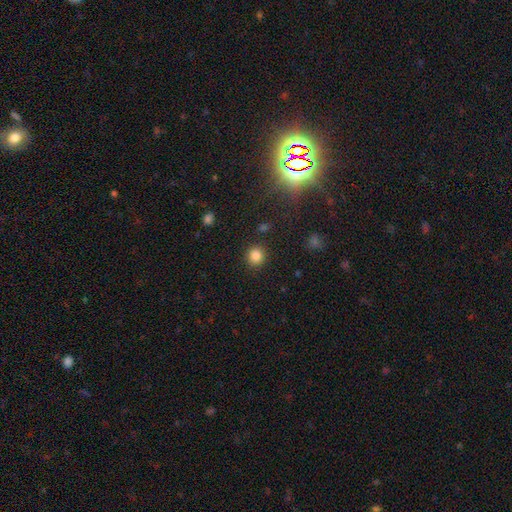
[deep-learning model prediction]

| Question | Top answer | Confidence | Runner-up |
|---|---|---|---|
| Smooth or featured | smooth | 84% | star or artifact (12%) |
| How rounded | round | 88% | in between (11%) |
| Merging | none | 89% | minor disturbance (6%) |